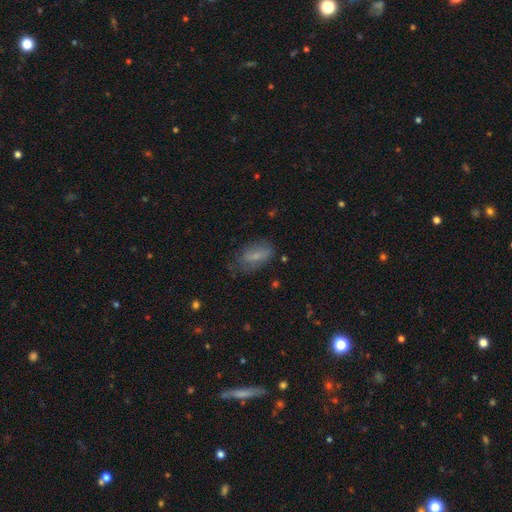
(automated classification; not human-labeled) A smooth galaxy with no disk features (67%) that is in between round and cigar-shaped (85%).

Vote fractions:
- Smooth or featured? smooth: 67% / featured or disk: 24% / star or artifact: 9%
- How rounded? in between: 85% / cigar-shaped: 10% / round: 5%
- Merging? none: 61% / minor disturbance: 26% / major disturbance: 11% / merger: 2%